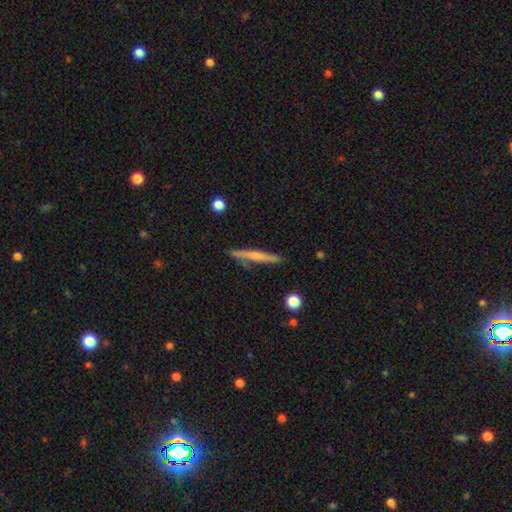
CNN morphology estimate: smooth-or-featured: featured or disk: 53% | smooth: 40% | star or artifact: 6%
  disk-edge-on: yes: 97% | no: 3%
    edge-on-bulge: rounded: 56% | none: 36% | boxy: 7%
  merging: none: 86% | minor disturbance: 10% | merger: 2% | major disturbance: 2%